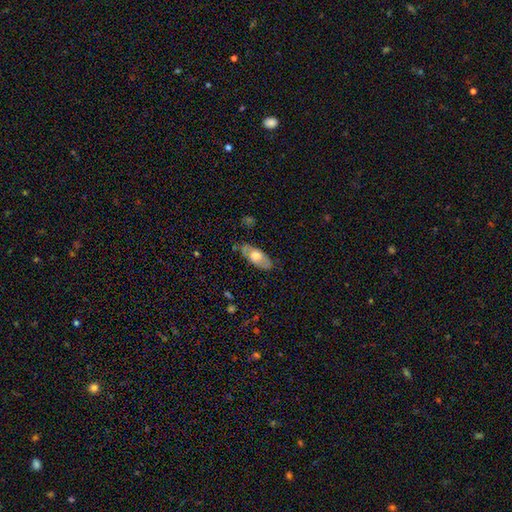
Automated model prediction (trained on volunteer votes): Morphology: type=smooth (56%); roundness=in between (85%); merging=none (73%).